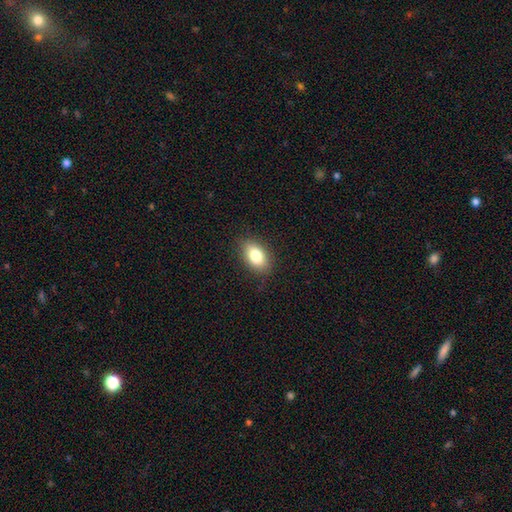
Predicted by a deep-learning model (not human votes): The model was most divided on "smooth or featured": smooth: 81%, featured or disk: 11%, star or artifact: 8%. More confident: how rounded — in between (89%); merging — none (85%).